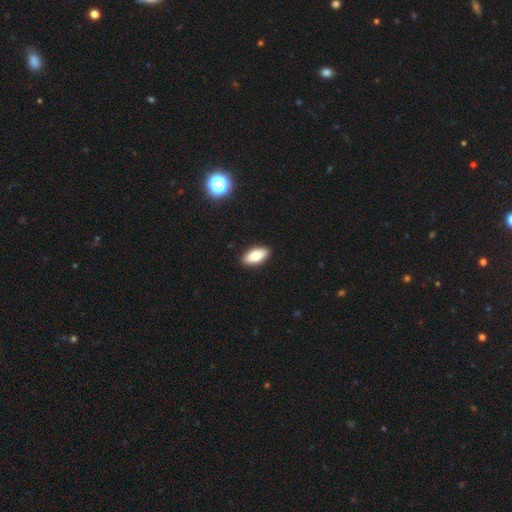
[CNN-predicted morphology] Overall: smooth (78%). How rounded: in between (89%). Merging: none (91%).